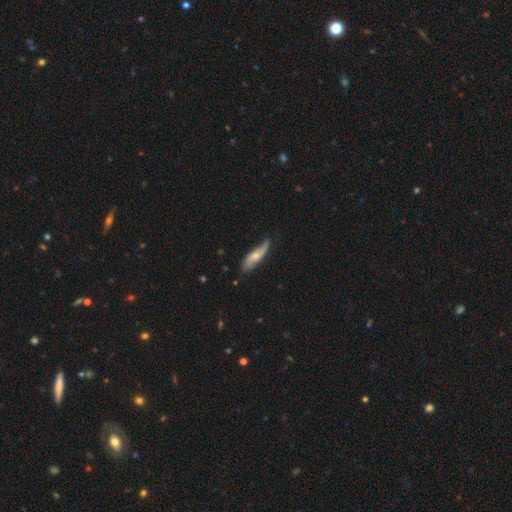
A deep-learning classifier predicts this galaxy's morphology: Overall: featured or disk (50%; smooth 45%). Merging: none (57%; minor disturbance 33%).